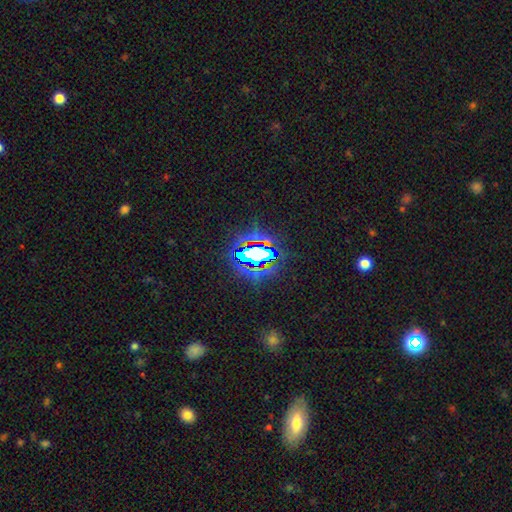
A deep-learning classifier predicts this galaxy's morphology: smooth-or-featured: star or artifact: 70% | smooth: 18% | featured or disk: 13%